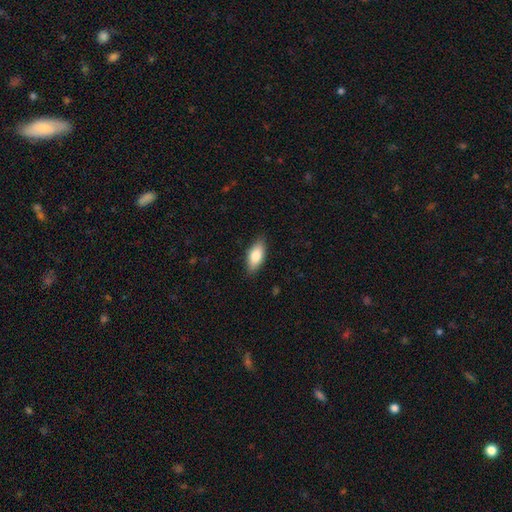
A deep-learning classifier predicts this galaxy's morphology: smooth-or-featured: smooth: 81% | featured or disk: 13% | star or artifact: 6%
  how-rounded: in between: 86% | cigar-shaped: 11% | round: 3%
  merging: none: 86% | minor disturbance: 11% | major disturbance: 2% | merger: 1%